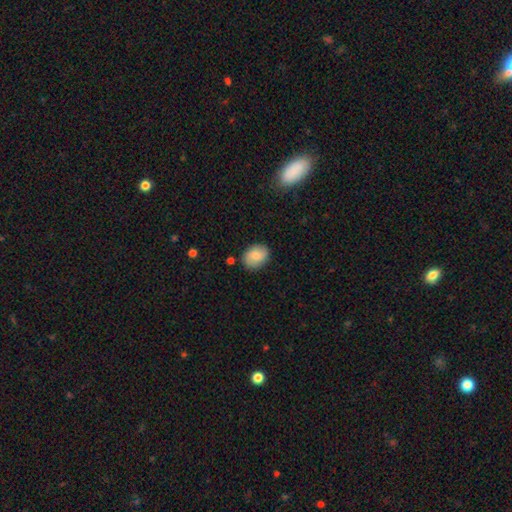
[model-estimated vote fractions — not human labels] This appears to be a smooth galaxy with no disk features (76%) that is in between round and cigar-shaped (67%). Merging: none (81%).